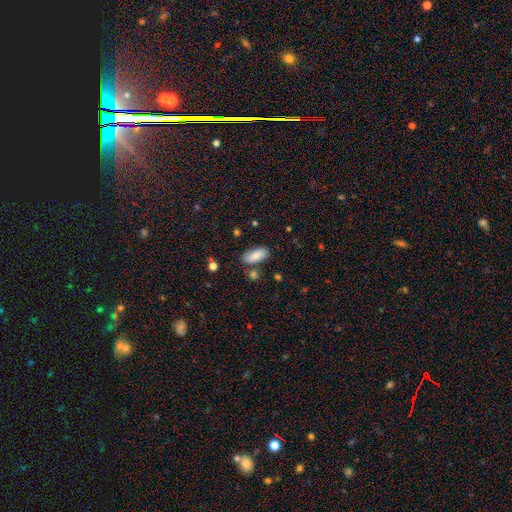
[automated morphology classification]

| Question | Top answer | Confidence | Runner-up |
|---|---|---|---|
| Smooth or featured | smooth | 81% | featured or disk (11%) |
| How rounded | in between | 89% | cigar-shaped (9%) |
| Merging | none | 78% | minor disturbance (13%) |